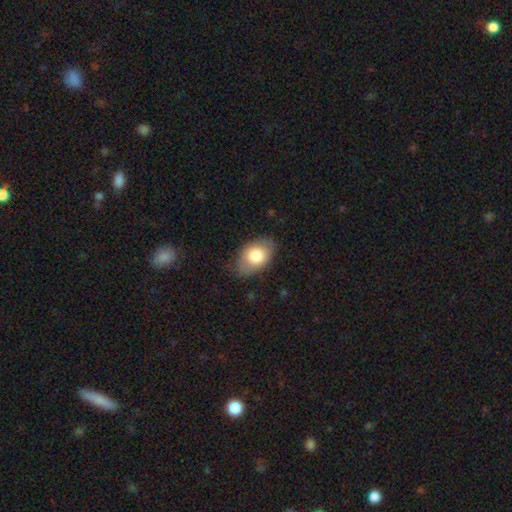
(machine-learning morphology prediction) smooth_or_featured: smooth (p=0.75) [alt: featured or disk p=0.18]
how_rounded: in between (p=0.87) [alt: round p=0.12]
merging: none (p=0.73) [alt: minor disturbance p=0.20]